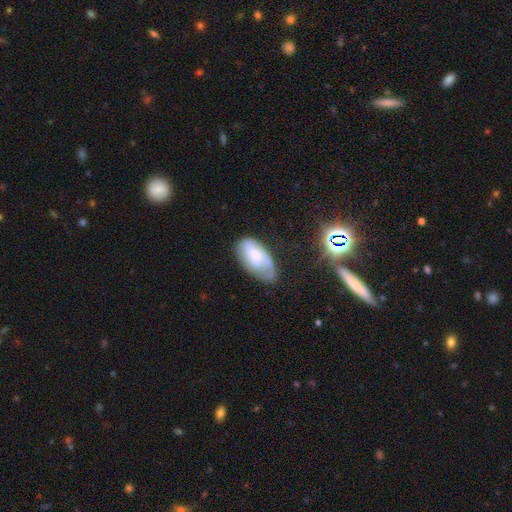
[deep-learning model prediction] smooth_or_featured: smooth (p=0.47) [alt: featured or disk p=0.46]
merging: none (p=0.45) [alt: minor disturbance p=0.36]